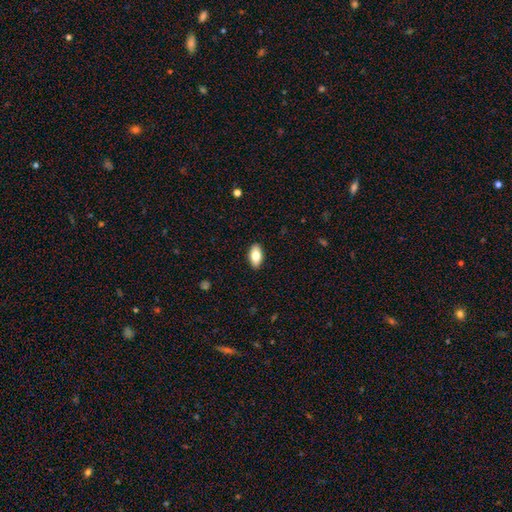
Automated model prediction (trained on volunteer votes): Smooth or featured?
  - smooth: 77% *
  - featured or disk: 17%
  - star or artifact: 7%
How rounded?
  - in between: 92% *
  - cigar-shaped: 5%
  - round: 4%
Merging?
  - none: 90% *
  - minor disturbance: 7%
  - major disturbance: 2%
  - merger: 1%